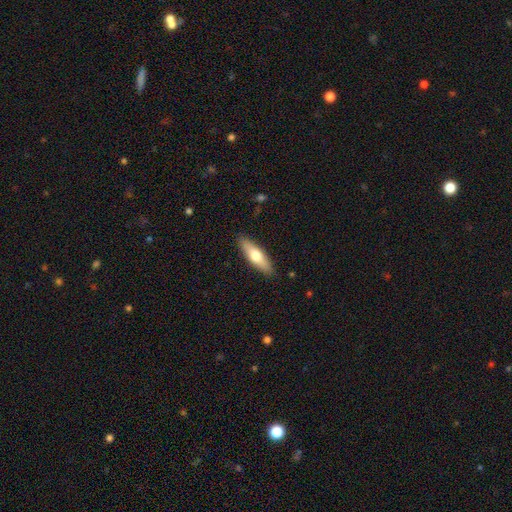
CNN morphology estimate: Smooth or featured?
  - smooth: 63% *
  - featured or disk: 32%
  - star or artifact: 5%
How rounded?
  - cigar-shaped: 56% *
  - in between: 42%
  - round: 2%
Merging?
  - none: 88% *
  - minor disturbance: 9%
  - major disturbance: 2%
  - merger: 1%